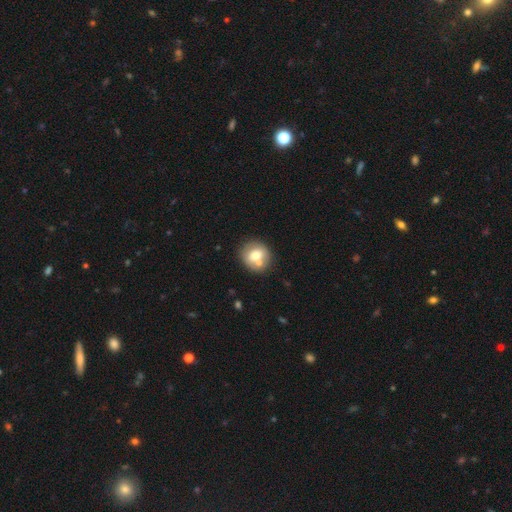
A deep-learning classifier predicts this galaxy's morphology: Smooth or featured?
  - smooth: 66% *
  - featured or disk: 25%
  - star or artifact: 9%
How rounded?
  - round: 87% *
  - in between: 13%
  - cigar-shaped: 1%
Merging?
  - none: 65% *
  - merger: 20%
  - minor disturbance: 11%
  - major disturbance: 3%